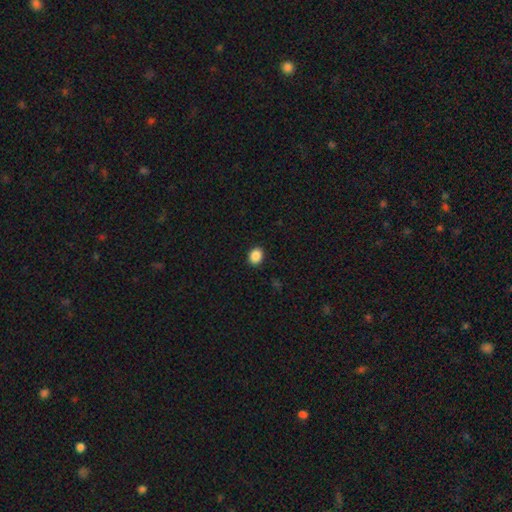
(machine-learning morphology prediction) Smooth or featured?
  - smooth: 88% *
  - star or artifact: 9%
  - featured or disk: 3%
How rounded?
  - round: 55% *
  - in between: 44%
  - cigar-shaped: 1%
Merging?
  - none: 91% *
  - minor disturbance: 6%
  - major disturbance: 2%
  - merger: 1%